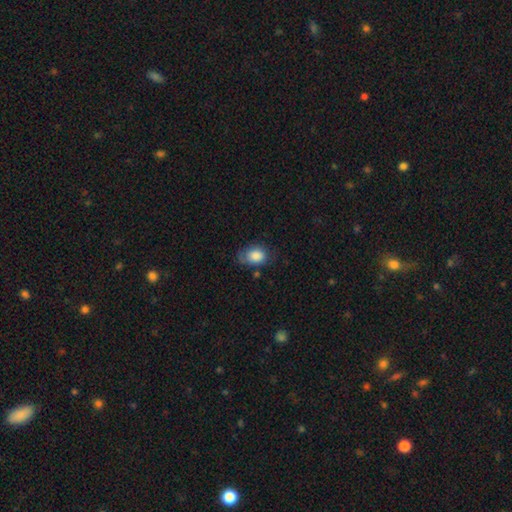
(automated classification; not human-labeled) Overall: smooth (82%). How rounded: in between (76%). Merging: none (56%; minor disturbance 31%).